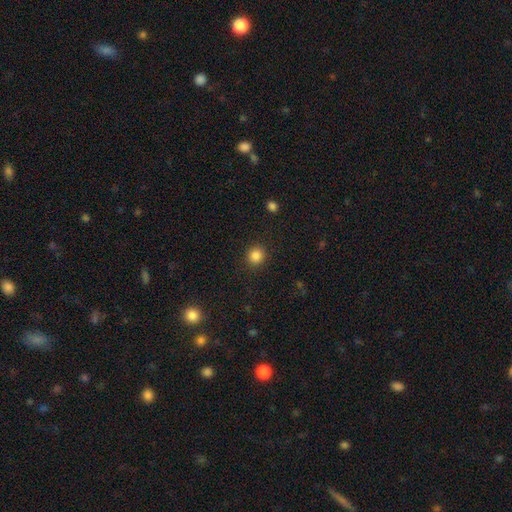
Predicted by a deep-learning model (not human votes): smooth-or-featured: smooth: 85% | star or artifact: 11% | featured or disk: 4%
  how-rounded: round: 91% | in between: 8% | cigar-shaped: 1%
  merging: none: 91% | minor disturbance: 6% | major disturbance: 2% | merger: 1%